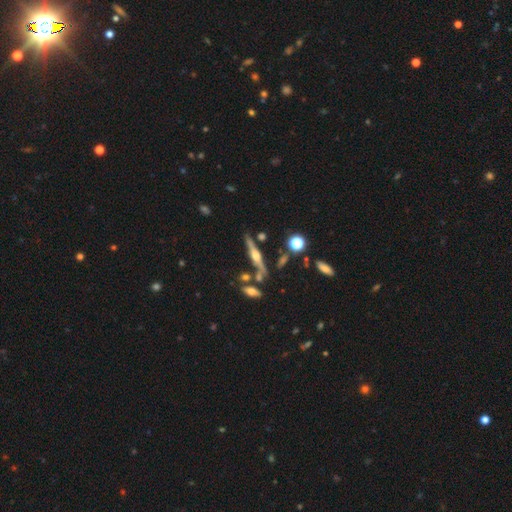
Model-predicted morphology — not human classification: A featured or disk galaxy (79%) viewed edge-on (97%) with a rounded central bulge (93%).

Vote fractions:
- Smooth or featured? featured or disk: 79% / smooth: 13% / star or artifact: 8%
- Edge-on disk? yes: 97% / no: 3%
- Edge-on bulge? rounded: 93% / boxy: 5% / none: 2%
- Merging? none: 76% / minor disturbance: 11% / merger: 9% / major disturbance: 3%